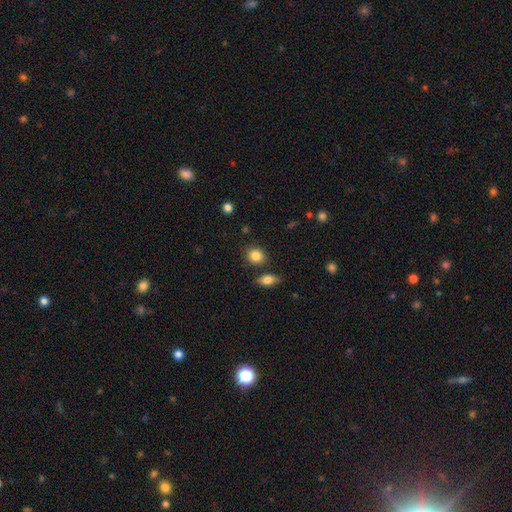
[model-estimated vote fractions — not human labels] smooth_or_featured: smooth (p=0.85) [alt: star or artifact p=0.09]
how_rounded: round (p=0.74) [alt: in between p=0.25]
merging: none (p=0.80) [alt: minor disturbance p=0.11]